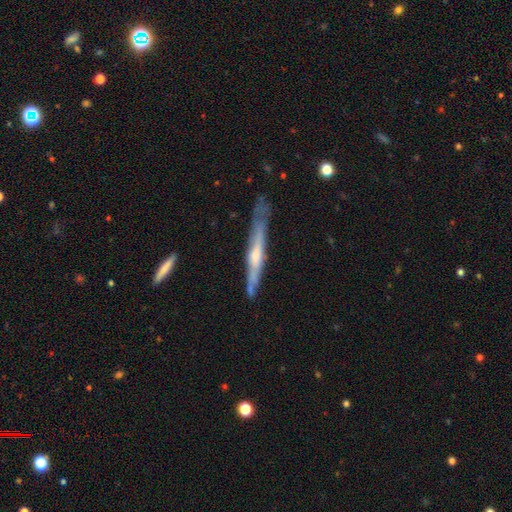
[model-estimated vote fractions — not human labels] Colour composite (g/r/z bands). It shows a featured or disk galaxy (66%) viewed edge-on (93%) with a rounded central bulge (51%). Merging: none (69%).